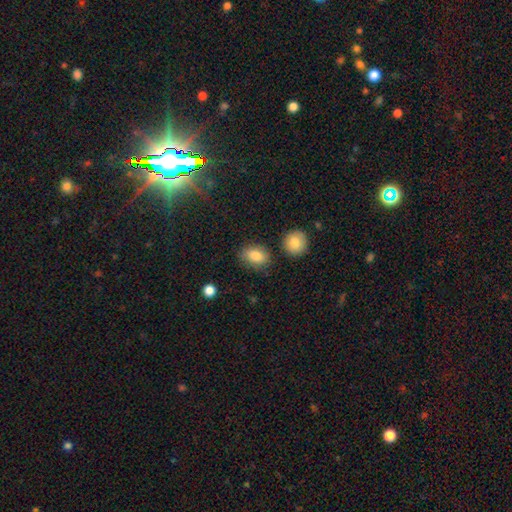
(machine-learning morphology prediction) type=smooth (85%); roundness=in between (81%); merging=none (76%).